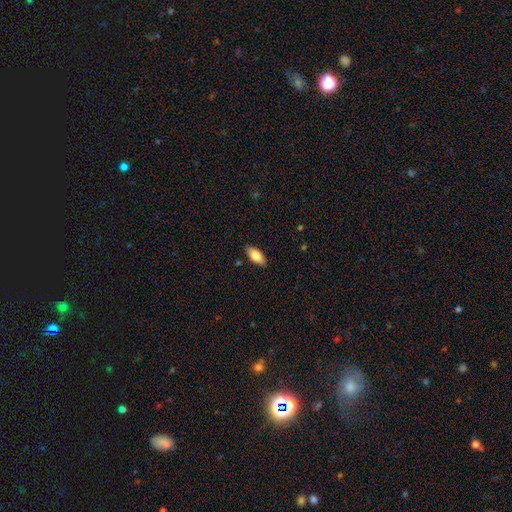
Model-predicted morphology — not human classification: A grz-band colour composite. It shows a smooth galaxy with no disk features (79%) that is in between round and cigar-shaped (88%). Merging: none (87%).